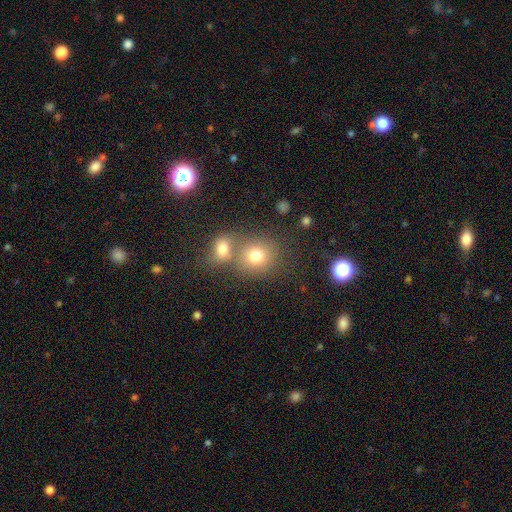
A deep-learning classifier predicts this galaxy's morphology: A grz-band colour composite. It shows a smooth galaxy with no disk features (77%) that is round (75%). Merging: none (47%).